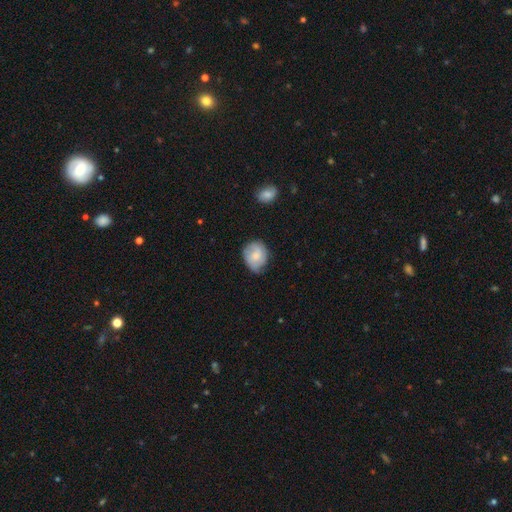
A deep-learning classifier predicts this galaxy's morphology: This appears to be a smooth galaxy with no disk features (64%) that is round (62%). Merging: none (60%).